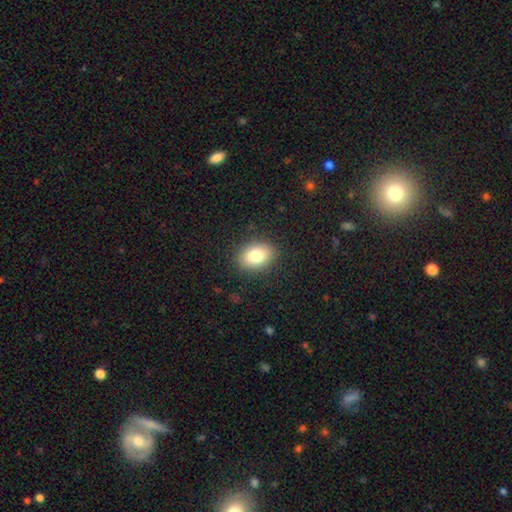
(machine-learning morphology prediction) Smooth or featured?
  - smooth: 79% *
  - featured or disk: 11%
  - star or artifact: 9%
How rounded?
  - in between: 68% *
  - round: 31%
  - cigar-shaped: 1%
Merging?
  - none: 88% *
  - minor disturbance: 8%
  - major disturbance: 3%
  - merger: 1%